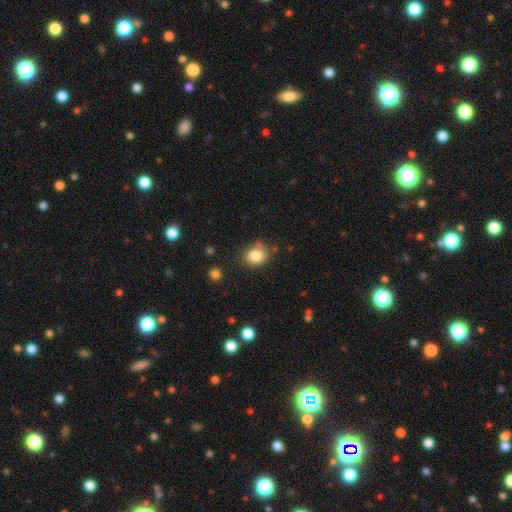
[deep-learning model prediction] This is clearly a smooth galaxy (83%). How rounded: possibly round (57%). Merging: likely none (69%).